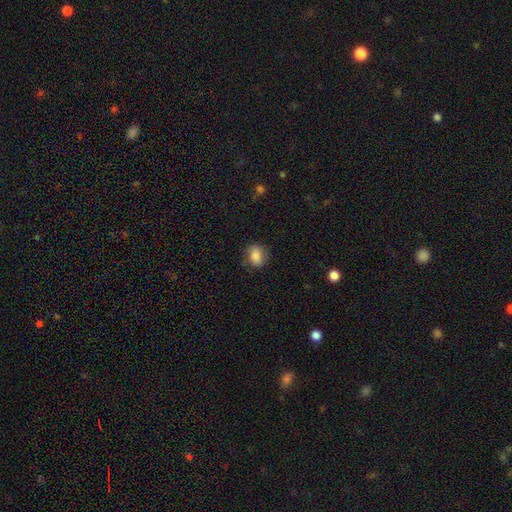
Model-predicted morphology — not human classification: Q: Smooth or featured?
A: smooth (85%); runner-up: star or artifact (8%)
Q: How rounded?
A: in between (65%); runner-up: round (33%)
Q: Merging?
A: none (79%); runner-up: minor disturbance (16%)